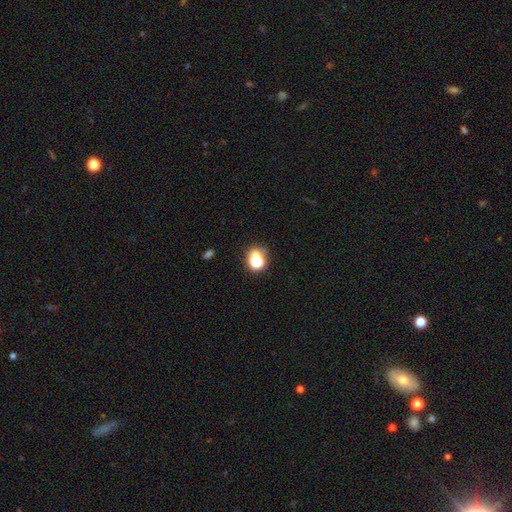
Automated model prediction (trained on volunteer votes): Smooth or featured? smooth (67%)
How rounded? round (61%)
Merging? none (53%)